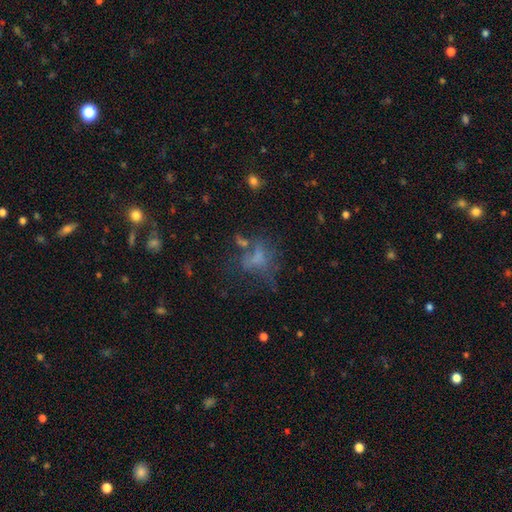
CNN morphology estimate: Smooth or featured? Predicted: smooth (p=0.40). Merging? Predicted: none (p=0.40).